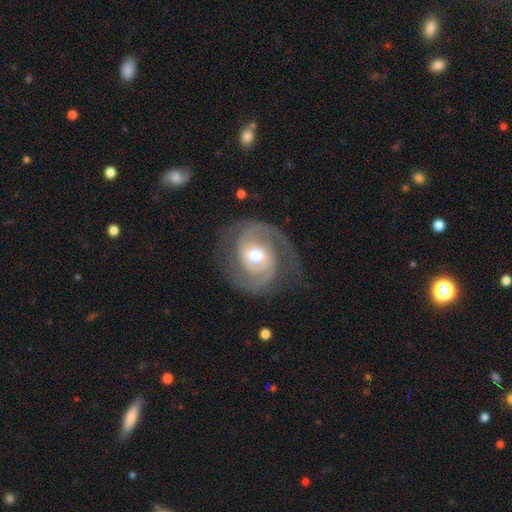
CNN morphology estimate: Smooth or featured? Predicted: featured or disk (p=0.88). Edge-on disk? Predicted: no (p=0.97). Bar? Predicted: no (p=0.59). Spiral arms? Predicted: yes (p=0.96). Spiral winding? Predicted: tight (p=0.47). Spiral arm count? Predicted: 2 (p=0.79). Bulge size? Predicted: moderate (p=0.73). Merging? Predicted: none (p=0.71).